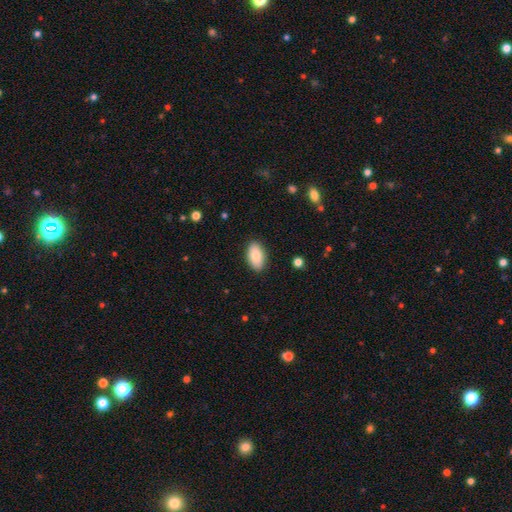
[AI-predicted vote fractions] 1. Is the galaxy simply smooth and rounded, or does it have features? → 85% smooth, 9% featured or disk, 7% star or artifact.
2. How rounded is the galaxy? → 94% in between, 4% round, 2% cigar-shaped.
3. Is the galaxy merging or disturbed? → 88% none, 9% minor disturbance, 2% major disturbance, 1% merger.